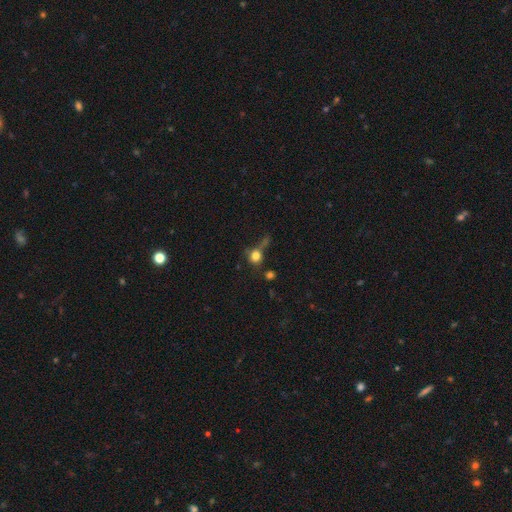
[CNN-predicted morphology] Smooth or featured? smooth (74%)
How rounded? round (82%)
Merging? none (48%)